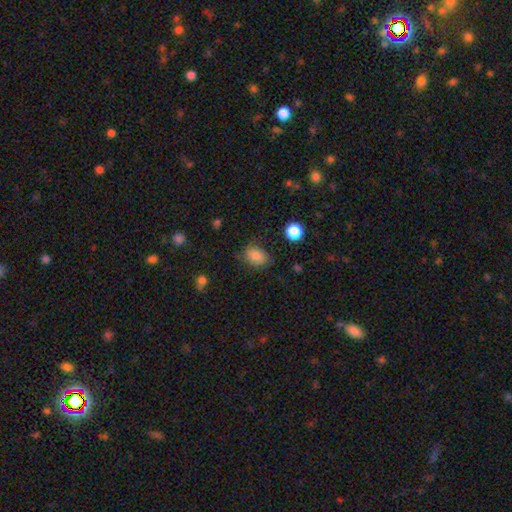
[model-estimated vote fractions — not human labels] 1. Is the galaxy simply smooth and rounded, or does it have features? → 82% smooth, 10% star or artifact, 8% featured or disk.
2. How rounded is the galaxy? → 61% in between, 38% round, 1% cigar-shaped.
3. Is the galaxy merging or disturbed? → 72% none, 21% minor disturbance, 5% major disturbance, 2% merger.